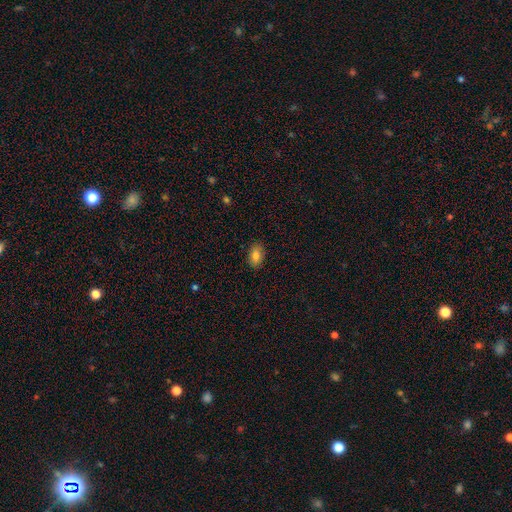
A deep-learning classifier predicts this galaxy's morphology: A smooth galaxy with no disk features (82%) that is in between round and cigar-shaped (91%). Merging: none (89%).